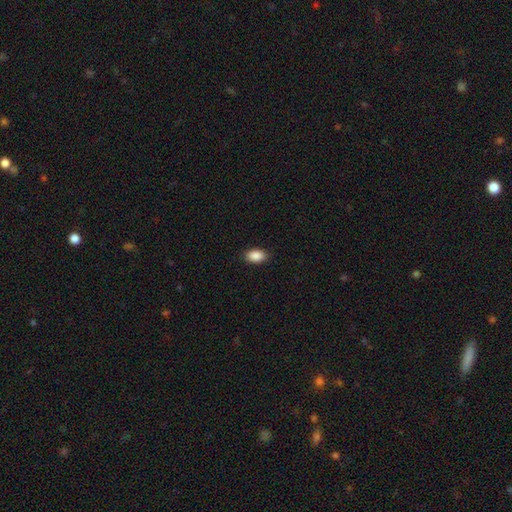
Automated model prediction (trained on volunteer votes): smooth_or_featured: smooth (p=0.90) [alt: star or artifact p=0.07]
how_rounded: in between (p=0.91) [alt: round p=0.07]
merging: none (p=0.89) [alt: minor disturbance p=0.09]